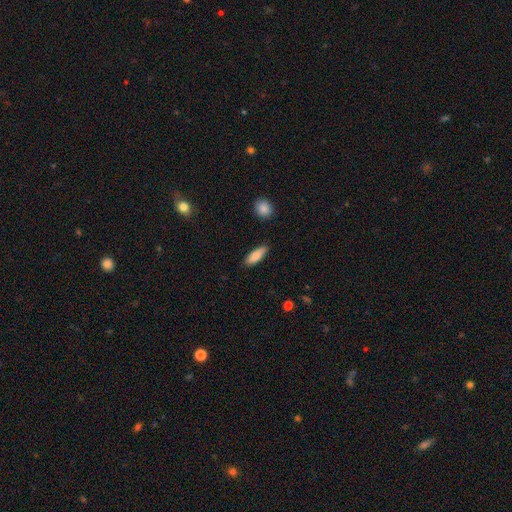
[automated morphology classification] smooth 83%, featured or disk 10%, star or artifact 6%. Down the decision tree: how rounded — in between (64%); merging — none (83%).